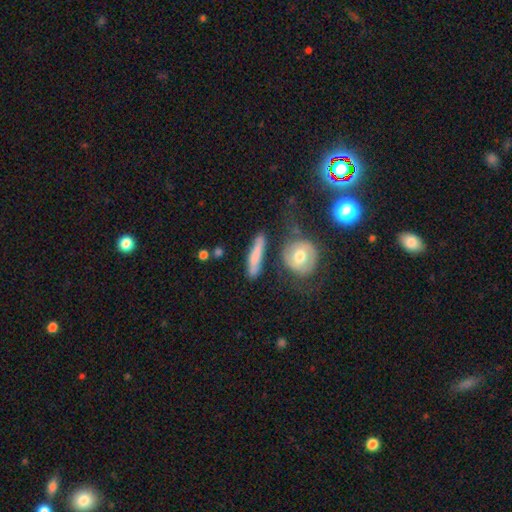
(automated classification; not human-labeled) smooth_or_featured: smooth (p=0.69) [alt: featured or disk p=0.24]
how_rounded: cigar-shaped (p=0.78) [alt: in between p=0.15]
merging: none (p=0.72) [alt: minor disturbance p=0.16]